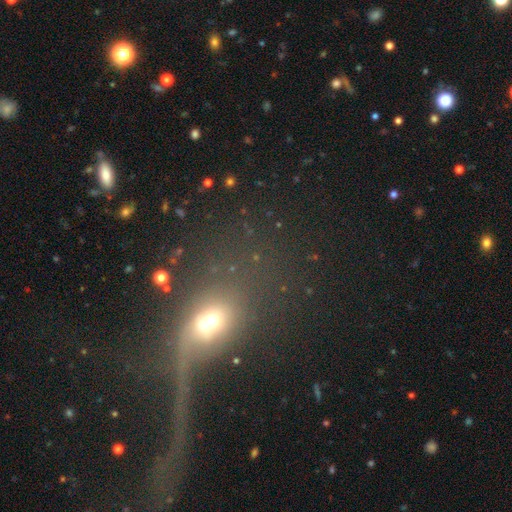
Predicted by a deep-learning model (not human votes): Smooth or featured? Predicted: smooth (p=0.38). Merging? Predicted: major disturbance (p=0.49).